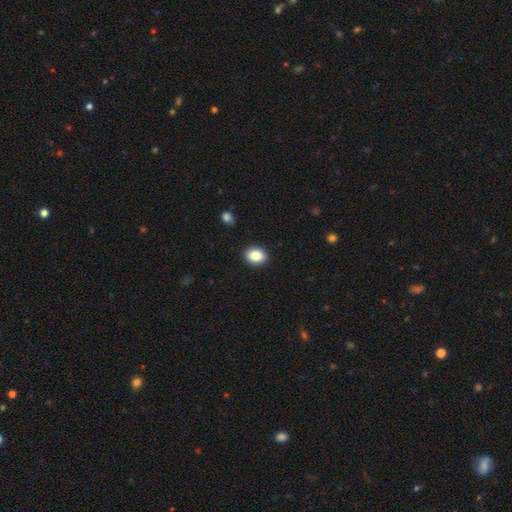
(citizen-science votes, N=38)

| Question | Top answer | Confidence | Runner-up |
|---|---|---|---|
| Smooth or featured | smooth | 92% | star or artifact (8%) |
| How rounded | in between | 60% | round (40%) |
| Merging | none | 89% | minor disturbance (11%) |